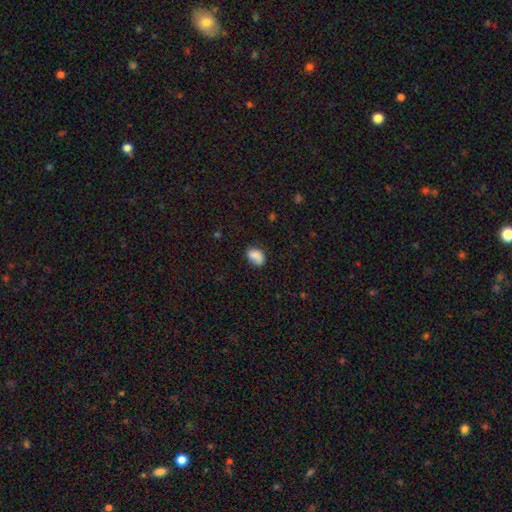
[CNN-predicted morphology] Smooth or featured? Predicted: smooth (p=0.81). How rounded? Predicted: in between (p=0.82). Merging? Predicted: none (p=0.62).